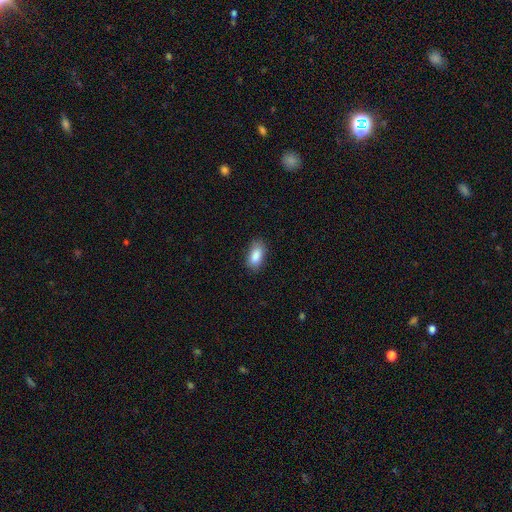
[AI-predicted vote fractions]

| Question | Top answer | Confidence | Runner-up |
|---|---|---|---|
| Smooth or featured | smooth | 87% | star or artifact (7%) |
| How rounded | in between | 91% | round (5%) |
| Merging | none | 81% | minor disturbance (14%) |